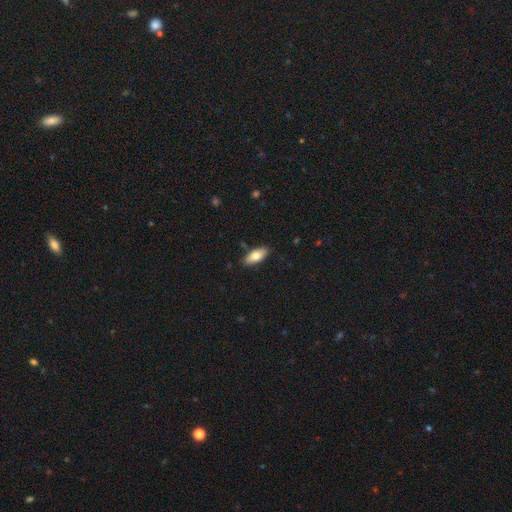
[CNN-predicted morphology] This appears to be a smooth galaxy with no disk features (79%) that is in between round and cigar-shaped (84%). Merging: none (87%).